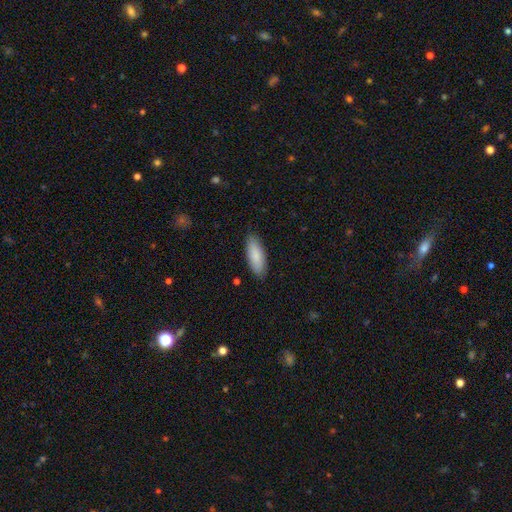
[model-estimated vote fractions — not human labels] smooth 87%, featured or disk 8%, star or artifact 5%. Down the decision tree: how rounded — in between (68%); merging — none (88%).